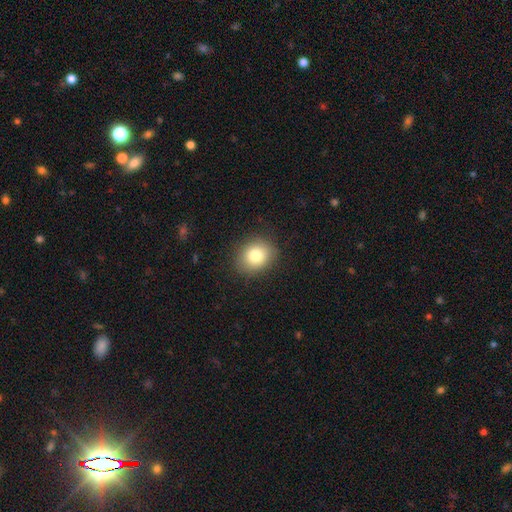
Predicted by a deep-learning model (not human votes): This is clearly a smooth galaxy (80%). How rounded: likely round (66%). Merging: clearly none (88%).